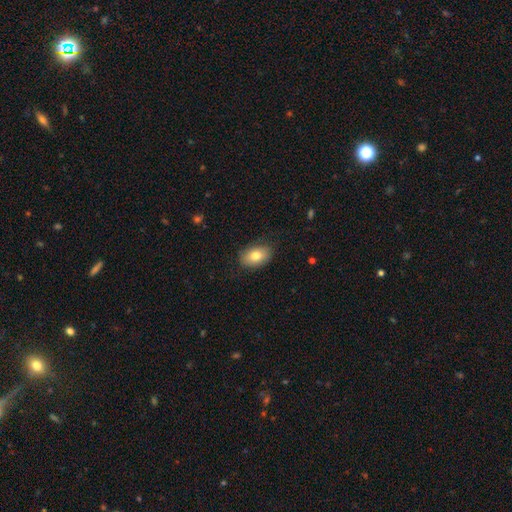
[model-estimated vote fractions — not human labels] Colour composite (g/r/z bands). It shows a smooth galaxy with no disk features (79%) that is in between round and cigar-shaped (87%). Merging: none (84%).